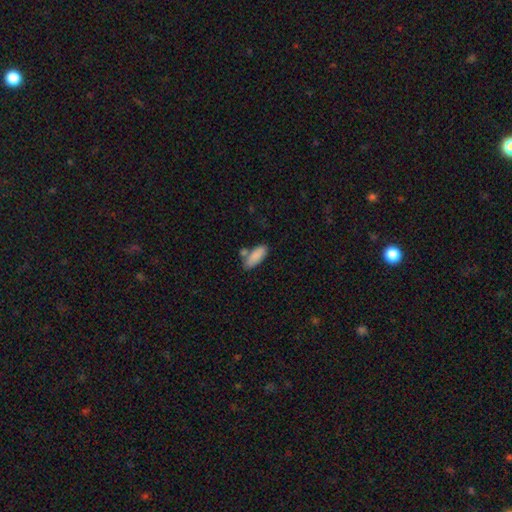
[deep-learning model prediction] smooth 87%, star or artifact 7%, featured or disk 6%. Down the decision tree: how rounded — in between (74%); merging — none (63%).